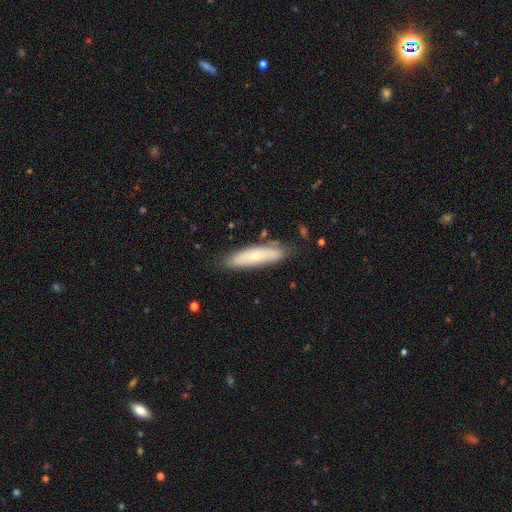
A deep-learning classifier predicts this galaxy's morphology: This is possibly a smooth galaxy (56%). How rounded: likely cigar-shaped (66%). Merging: likely none (78%).